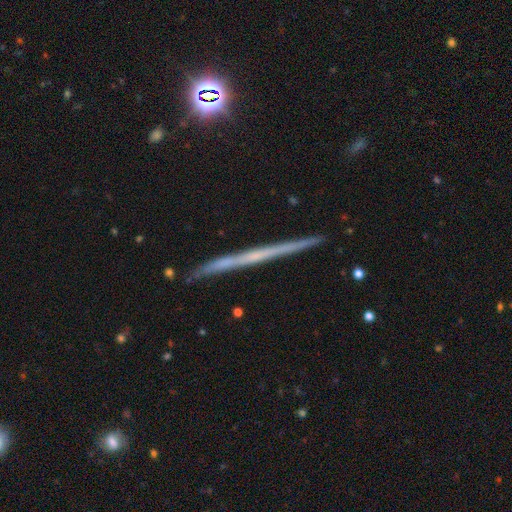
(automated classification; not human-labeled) Smooth or featured? featured or disk (65%)
Edge-on disk? yes (98%)
Edge-on bulge? none (86%)
Merging? none (91%)